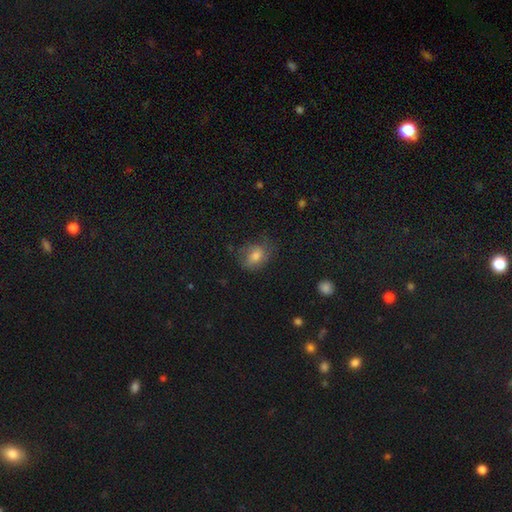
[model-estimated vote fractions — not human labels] This is likely a smooth galaxy (63%). How rounded: likely in between (62%). Merging: possibly none (57%).